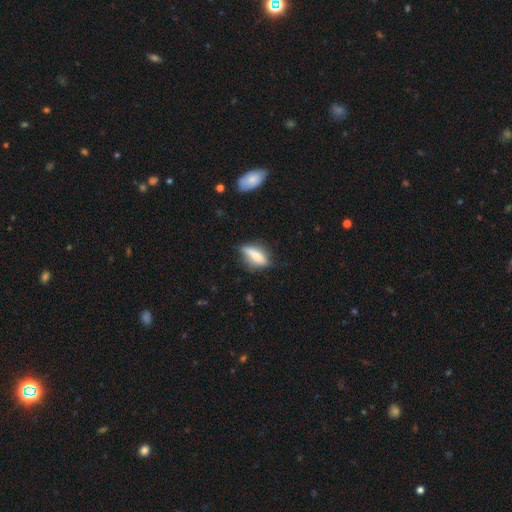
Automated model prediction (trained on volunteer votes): Morphology: type=smooth (59%); roundness=in between (50%); merging=none (61%).